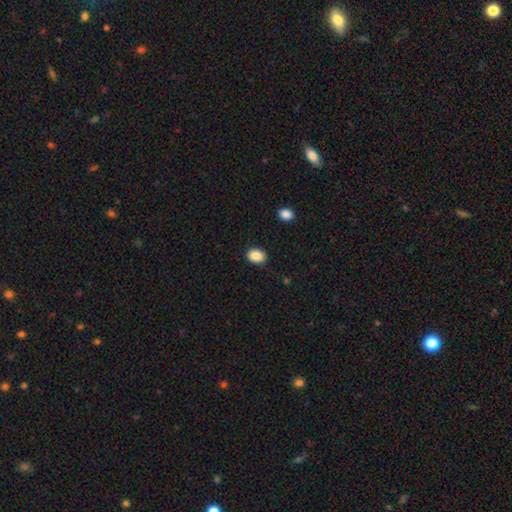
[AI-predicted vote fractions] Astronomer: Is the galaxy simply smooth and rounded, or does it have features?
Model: smooth — 88%.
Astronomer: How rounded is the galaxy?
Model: in between — 66%.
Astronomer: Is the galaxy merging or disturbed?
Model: none — 88%.